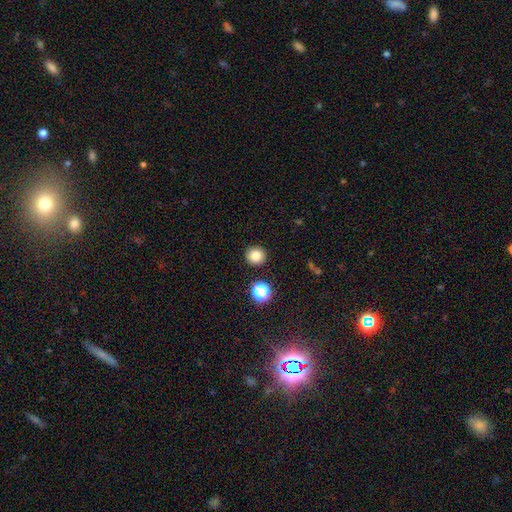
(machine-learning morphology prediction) type=smooth (81%); roundness=round (92%); merging=none (91%).